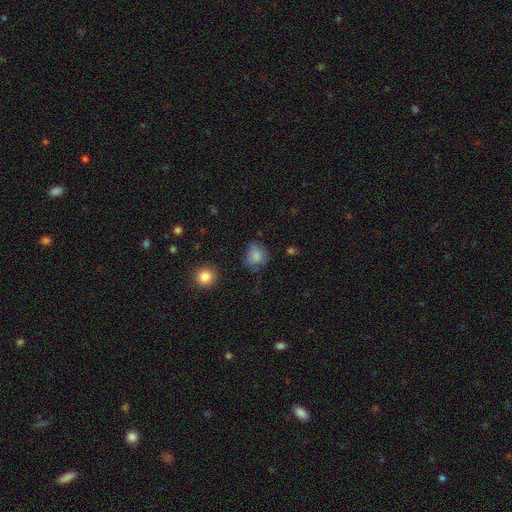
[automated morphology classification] smooth_or_featured: smooth (p=0.81) [alt: star or artifact p=0.11]
how_rounded: round (p=0.69) [alt: in between p=0.30]
merging: none (p=0.59) [alt: minor disturbance p=0.28]